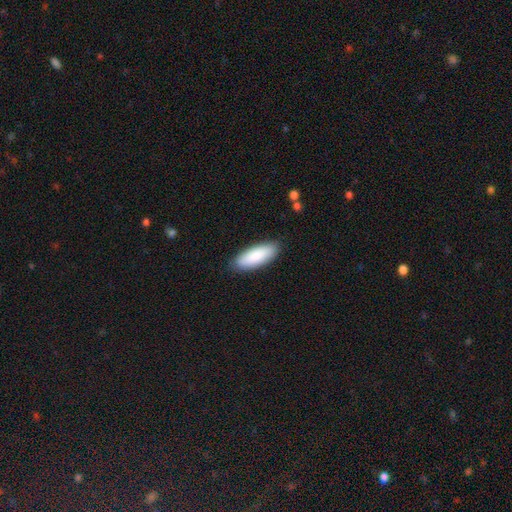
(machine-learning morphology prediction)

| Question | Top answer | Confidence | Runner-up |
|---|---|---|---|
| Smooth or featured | smooth | 88% | featured or disk (7%) |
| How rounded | in between | 70% | cigar-shaped (28%) |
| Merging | none | 87% | minor disturbance (10%) |